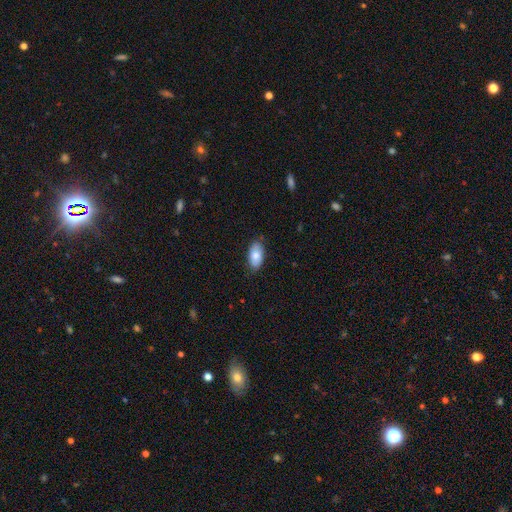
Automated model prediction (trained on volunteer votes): A smooth galaxy with no disk features (79%) that is in between round and cigar-shaped (94%).

Vote fractions:
- Smooth or featured? smooth: 79% / featured or disk: 14% / star or artifact: 7%
- How rounded? in between: 94% / round: 3% / cigar-shaped: 3%
- Merging? none: 83% / minor disturbance: 13% / major disturbance: 2% / merger: 1%